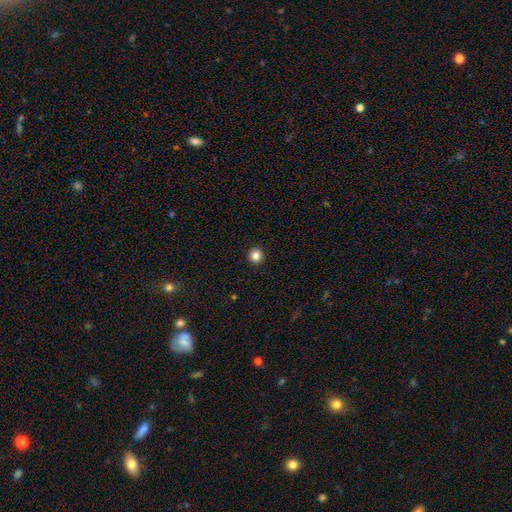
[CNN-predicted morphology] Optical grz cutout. It shows a smooth galaxy with no disk features (85%) that is round (96%). Merging: none (94%).